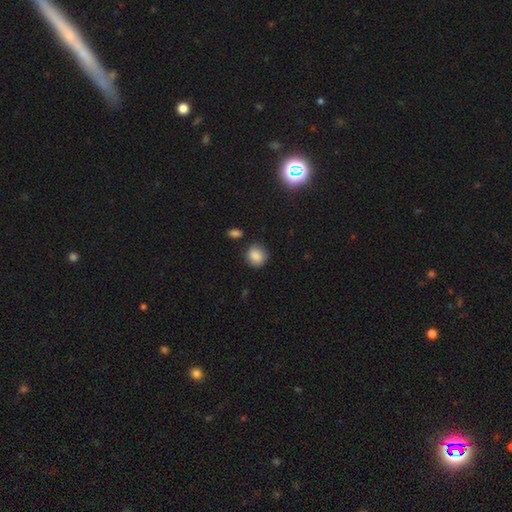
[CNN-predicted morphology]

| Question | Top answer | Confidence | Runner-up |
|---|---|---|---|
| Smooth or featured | smooth | 87% | star or artifact (9%) |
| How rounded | round | 73% | in between (25%) |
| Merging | none | 80% | minor disturbance (14%) |